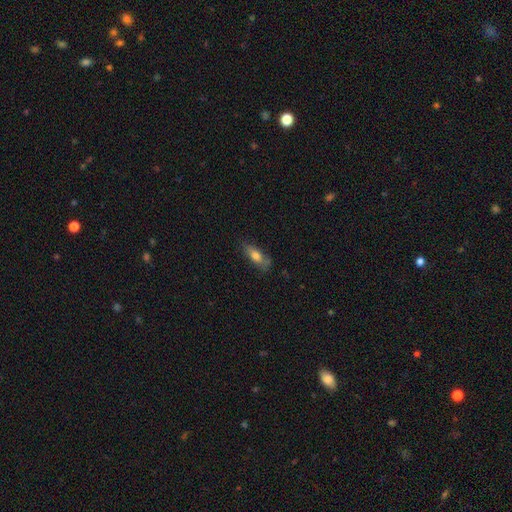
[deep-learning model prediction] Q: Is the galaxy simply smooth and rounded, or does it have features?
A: smooth — 68%.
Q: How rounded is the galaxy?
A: in between — 64%.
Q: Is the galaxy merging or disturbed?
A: none — 66%.